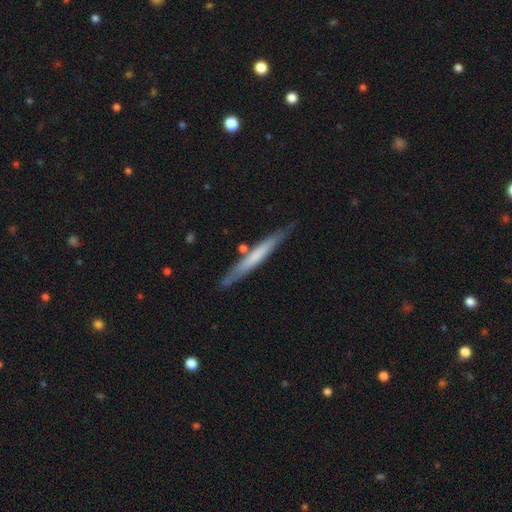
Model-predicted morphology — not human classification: smooth-or-featured: smooth: 52% | featured or disk: 43% | star or artifact: 5%
  how-rounded: cigar-shaped: 96% | in between: 3% | round: 1%
  merging: none: 81% | minor disturbance: 13% | merger: 4% | major disturbance: 2%